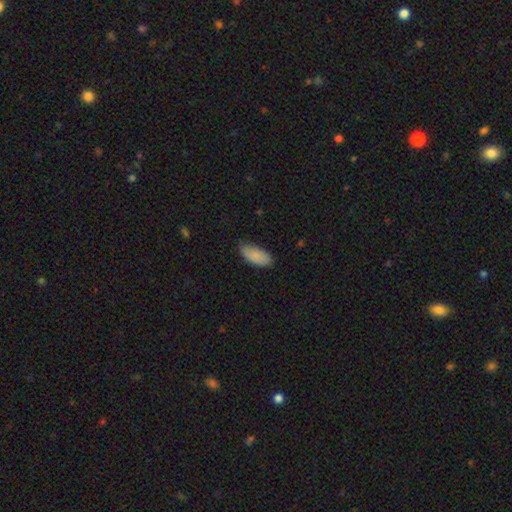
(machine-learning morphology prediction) A smooth galaxy with no disk features (87%) that is in between round and cigar-shaped (89%).

Vote fractions:
- Smooth or featured? smooth: 87% / featured or disk: 7% / star or artifact: 6%
- How rounded? in between: 89% / cigar-shaped: 9% / round: 2%
- Merging? none: 71% / minor disturbance: 24% / major disturbance: 4% / merger: 1%